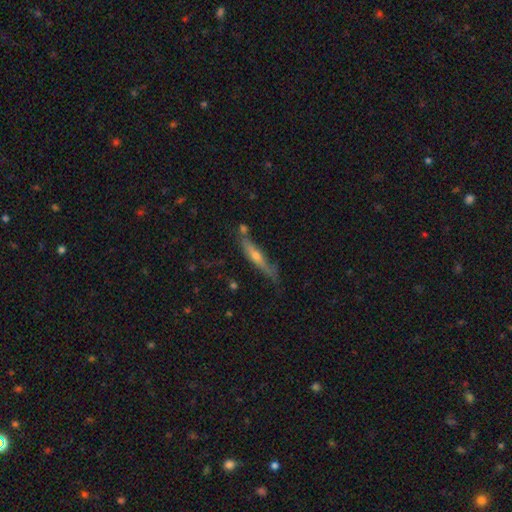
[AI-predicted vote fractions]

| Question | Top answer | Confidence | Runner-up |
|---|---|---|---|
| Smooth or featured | featured or disk | 57% | smooth (35%) |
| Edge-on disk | yes | 89% | no (11%) |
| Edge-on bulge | rounded | 81% | none (14%) |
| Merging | none | 65% | minor disturbance (22%) |